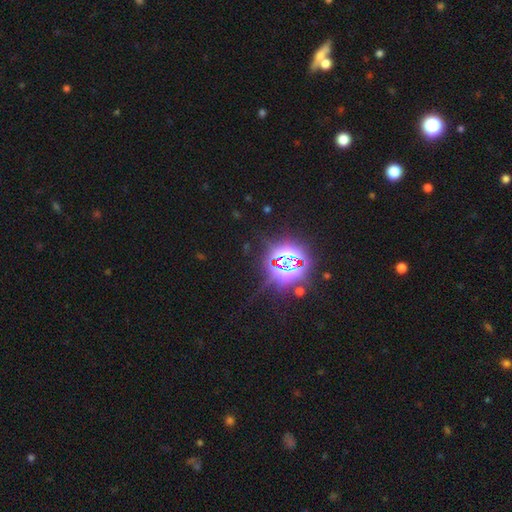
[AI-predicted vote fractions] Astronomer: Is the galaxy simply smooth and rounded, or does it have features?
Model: star or artifact — 84%.